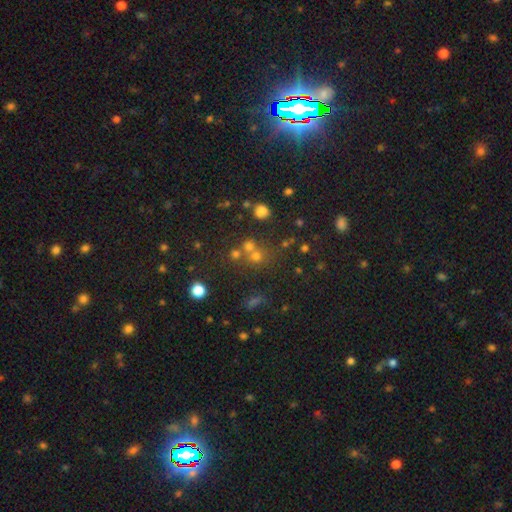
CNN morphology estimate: Smooth or featured?
  - star or artifact: 53% *
  - smooth: 36%
  - featured or disk: 11%